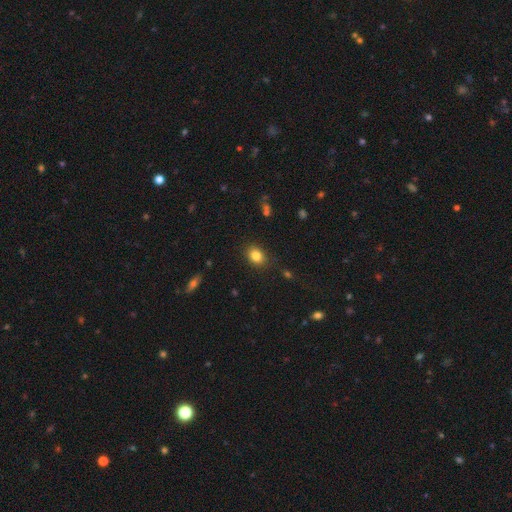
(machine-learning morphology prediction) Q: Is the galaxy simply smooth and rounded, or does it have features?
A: smooth — 84%.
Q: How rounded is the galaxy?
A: in between — 55%.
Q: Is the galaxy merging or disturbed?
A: none — 86%.